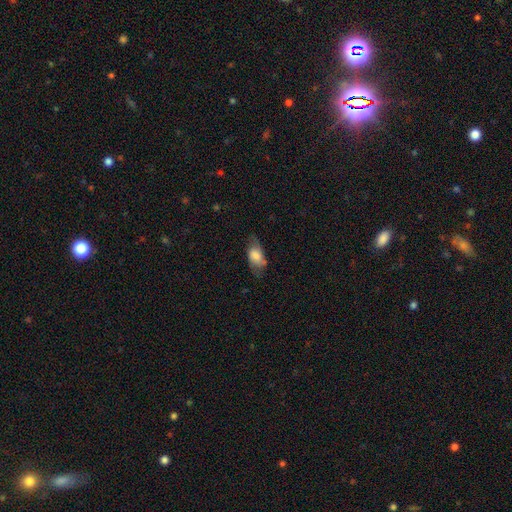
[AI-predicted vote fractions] Morphology: type=smooth (64%); roundness=in between (88%); merging=none (59%).